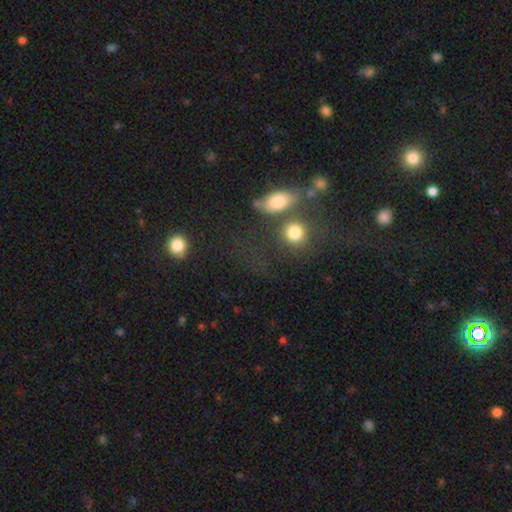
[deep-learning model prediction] Morphology: type=smooth (51%); roundness=round (53%); merging=merger (42%).